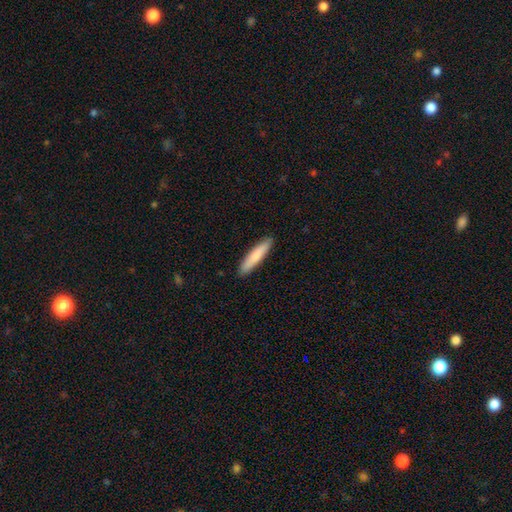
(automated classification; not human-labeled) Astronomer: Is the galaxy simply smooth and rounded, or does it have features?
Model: smooth — 81%.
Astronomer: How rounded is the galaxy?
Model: cigar-shaped — 87%.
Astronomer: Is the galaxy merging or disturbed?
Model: none — 91%.